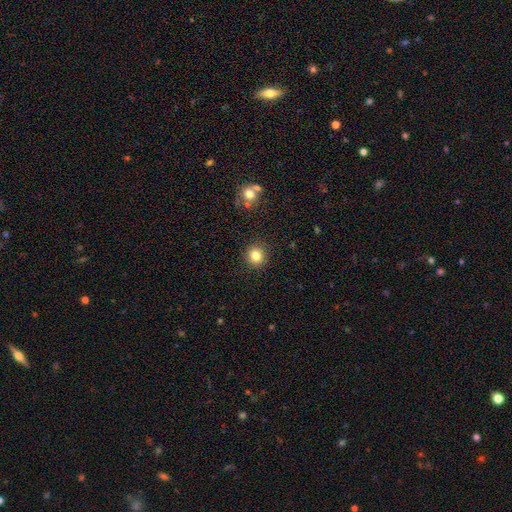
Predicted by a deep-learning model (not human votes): Smooth or featured? smooth (81%)
How rounded? round (91%)
Merging? none (90%)